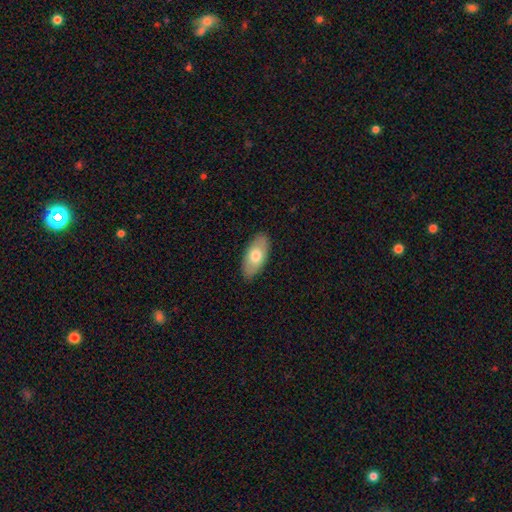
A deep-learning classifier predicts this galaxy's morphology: A smooth galaxy with no disk features (71%) that is in between round and cigar-shaped (91%).

Vote fractions:
- Smooth or featured? smooth: 71% / featured or disk: 23% / star or artifact: 6%
- How rounded? in between: 91% / cigar-shaped: 6% / round: 3%
- Merging? none: 87% / minor disturbance: 10% / major disturbance: 2% / merger: 1%